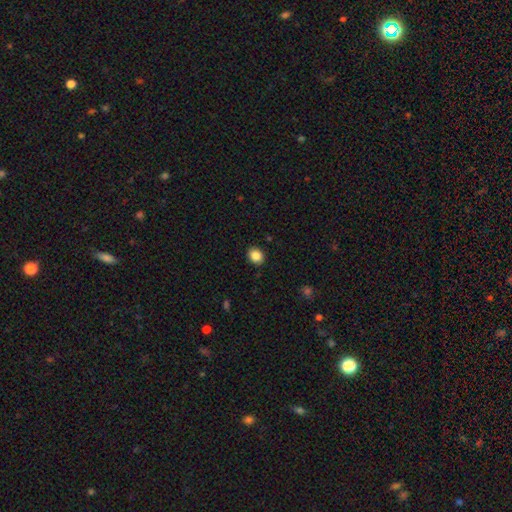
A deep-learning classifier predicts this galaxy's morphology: The model was most divided on "how rounded": round: 56%, in between: 43%, cigar-shaped: 1%. More confident: merging — none (90%); smooth or featured — smooth (87%).